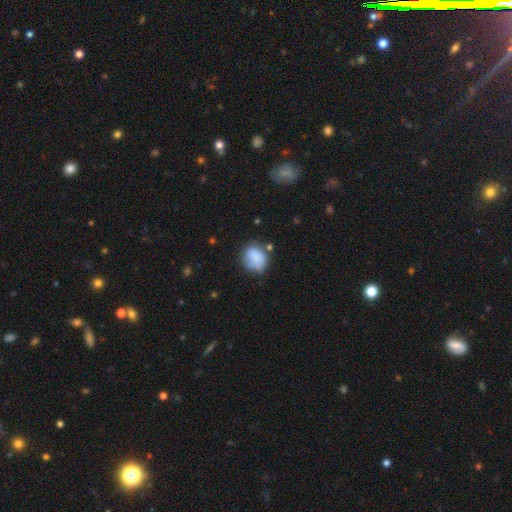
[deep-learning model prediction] This appears to be a smooth galaxy with no disk features (82%) that is round (62%). Merging: none (61%).